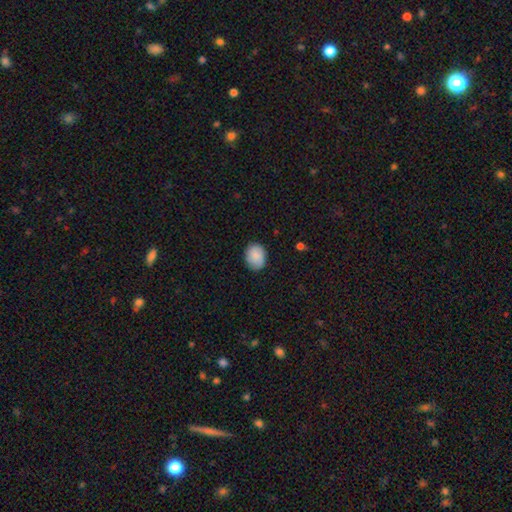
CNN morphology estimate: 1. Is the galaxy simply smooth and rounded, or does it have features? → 86% smooth, 7% featured or disk, 7% star or artifact.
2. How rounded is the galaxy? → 51% round, 48% in between, 1% cigar-shaped.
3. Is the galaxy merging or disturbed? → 82% none, 14% minor disturbance, 3% major disturbance, 1% merger.